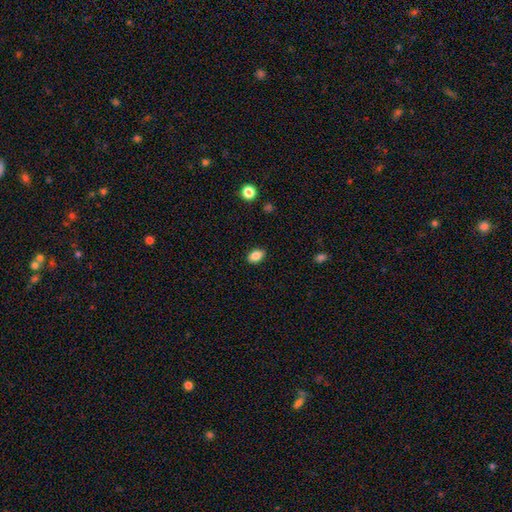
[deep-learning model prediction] This appears to be a smooth galaxy with no disk features (85%) that is in between round and cigar-shaped (87%). Merging: none (88%).